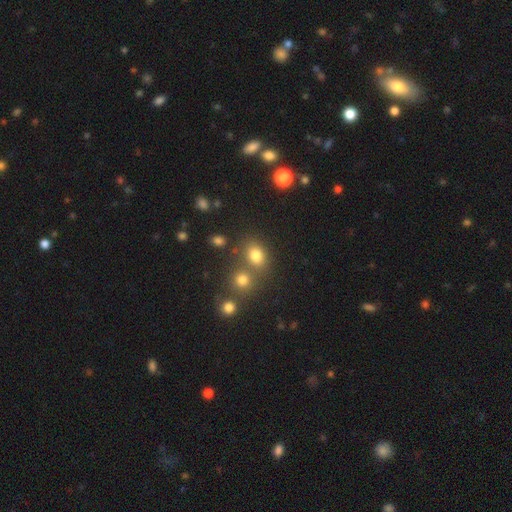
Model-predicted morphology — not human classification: A smooth galaxy with no disk features (77%) that is in between round and cigar-shaped (54%). Merging: none (59%).